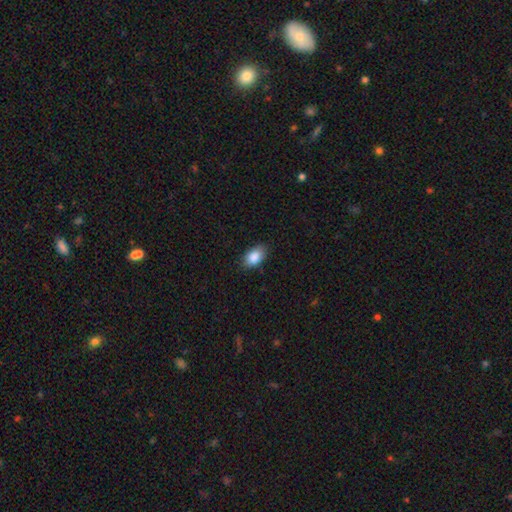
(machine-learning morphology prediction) Q: Smooth or featured?
A: smooth (87%); runner-up: star or artifact (7%)
Q: How rounded?
A: in between (91%); runner-up: round (8%)
Q: Merging?
A: none (83%); runner-up: minor disturbance (13%)